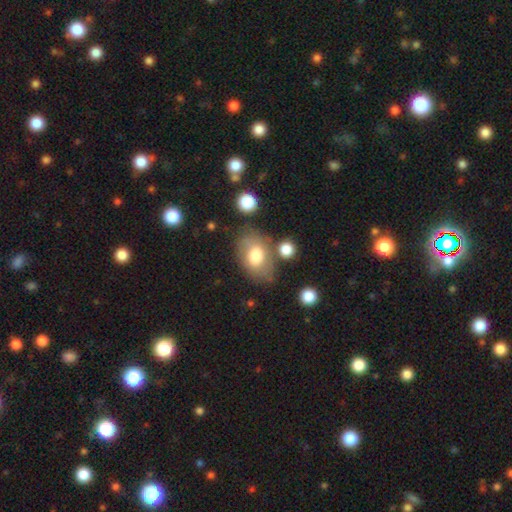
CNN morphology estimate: Smooth or featured: smooth — 68% (featured or disk — 23%)
How rounded: in between — 79% (round — 20%)
Merging: none — 59% (minor disturbance — 21%)